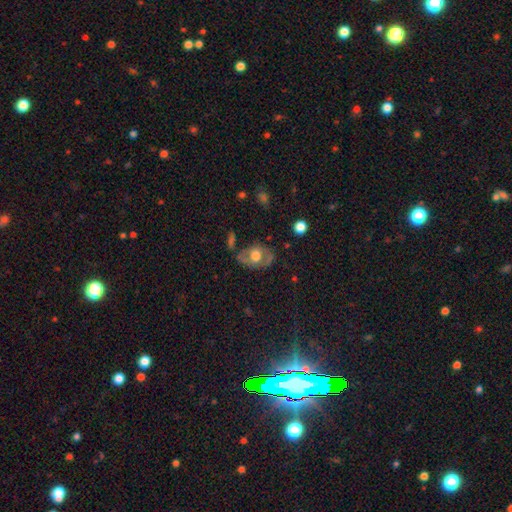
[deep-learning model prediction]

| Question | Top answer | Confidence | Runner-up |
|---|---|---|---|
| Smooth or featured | featured or disk | 49% | smooth (44%) |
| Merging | none | 64% | minor disturbance (22%) |